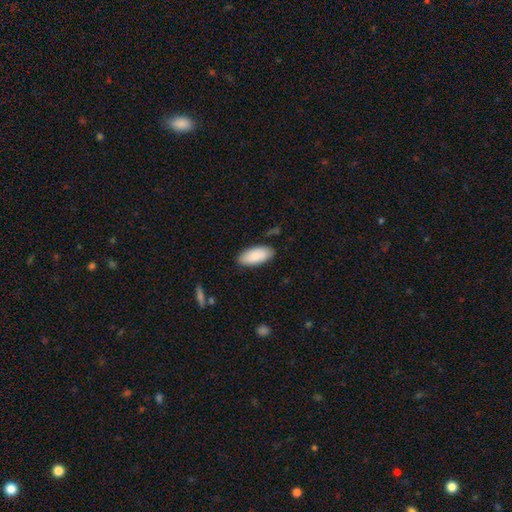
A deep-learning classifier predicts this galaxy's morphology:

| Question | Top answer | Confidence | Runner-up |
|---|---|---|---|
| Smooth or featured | smooth | 88% | featured or disk (6%) |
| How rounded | in between | 91% | cigar-shaped (8%) |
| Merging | none | 86% | minor disturbance (10%) |